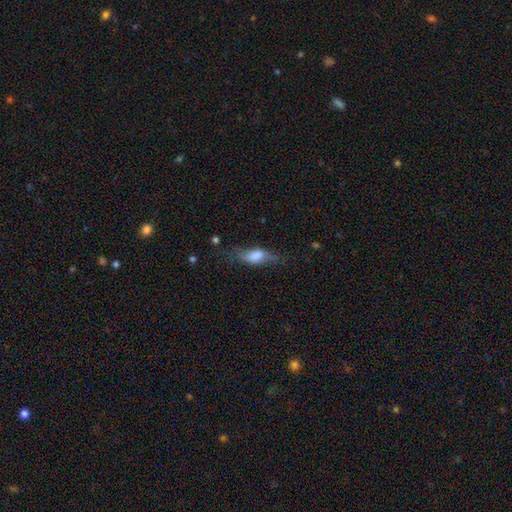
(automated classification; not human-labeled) smooth_or_featured: smooth (p=0.66) [alt: featured or disk p=0.27]
how_rounded: in between (p=0.67) [alt: cigar-shaped p=0.29]
merging: none (p=0.55) [alt: minor disturbance p=0.28]